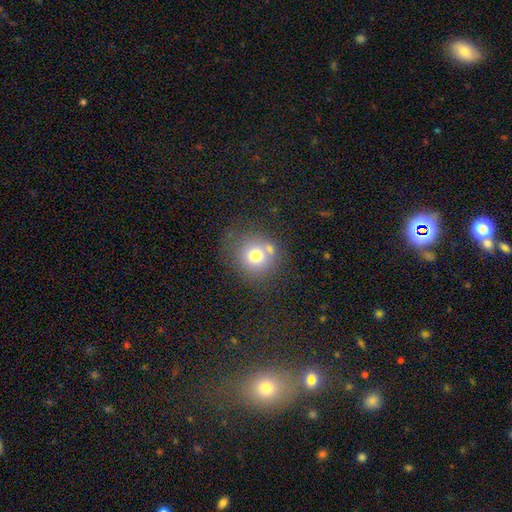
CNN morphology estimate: The model was most divided on "merging": none: 61%, merger: 18%, minor disturbance: 15%, major disturbance: 7%. More confident: how rounded — round (87%); smooth or featured — smooth (72%).